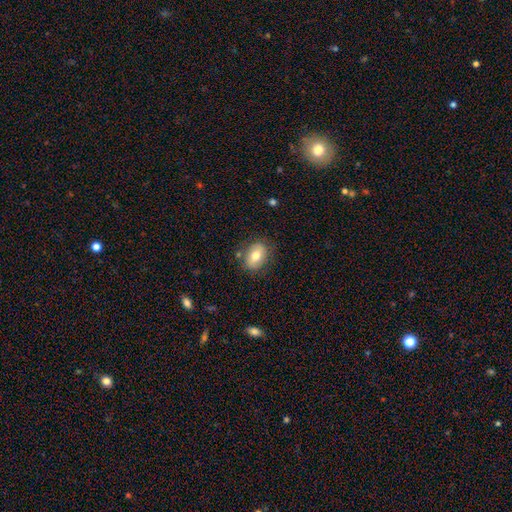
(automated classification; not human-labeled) Smooth or featured: smooth — 67% (featured or disk — 26%)
How rounded: in between — 78% (round — 21%)
Merging: none — 78% (minor disturbance — 15%)